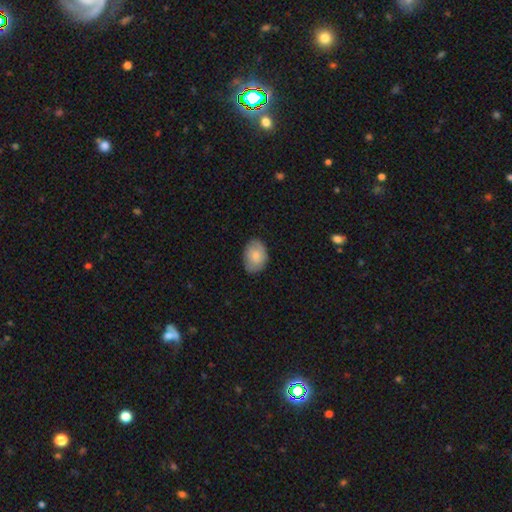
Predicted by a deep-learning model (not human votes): smooth 77%, featured or disk 17%, star or artifact 6%. Down the decision tree: how rounded — in between (77%); merging — none (74%).